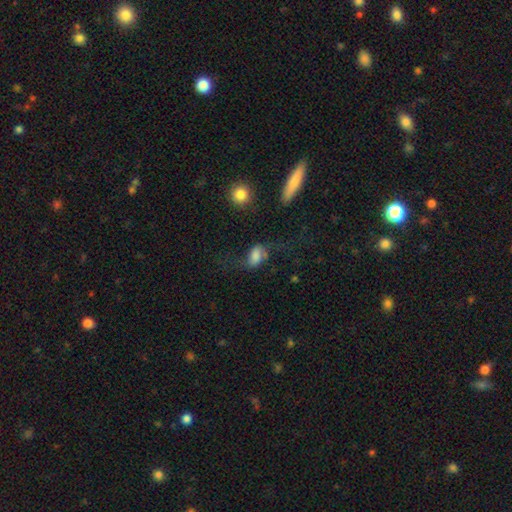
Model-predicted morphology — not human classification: Overall: smooth (57%; featured or disk 31%). How rounded: in between (83%). Merging: none (41%; major disturbance 30%).